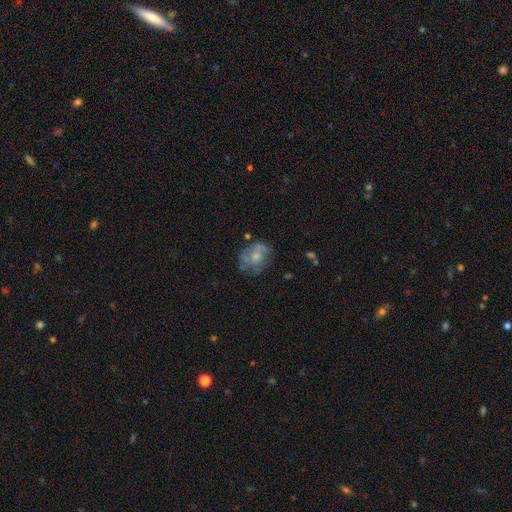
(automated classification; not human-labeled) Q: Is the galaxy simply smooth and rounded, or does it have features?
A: smooth — 47%.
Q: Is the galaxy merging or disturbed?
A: none — 54%.